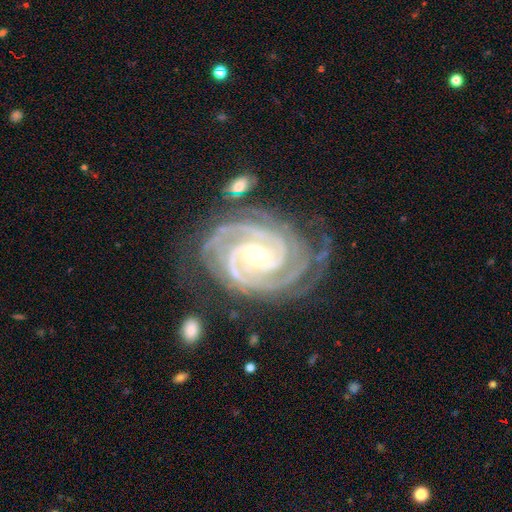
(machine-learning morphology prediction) type=featured or disk (94%); edge-on=no (98%); bar=weak (43%); spiral arms=yes (99%); winding=tight (77%); arm count=3 (33%); bulge=moderate (57%); merging=none (70%).